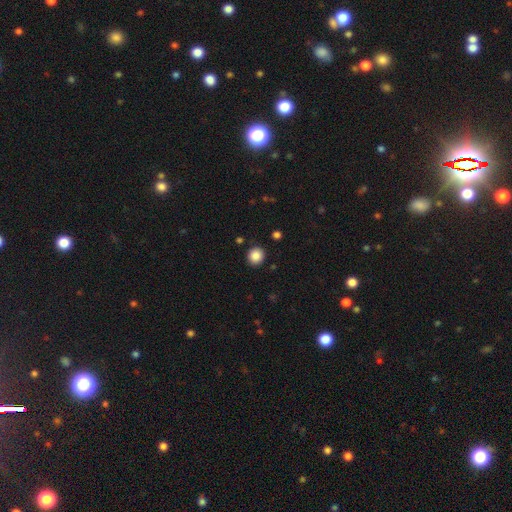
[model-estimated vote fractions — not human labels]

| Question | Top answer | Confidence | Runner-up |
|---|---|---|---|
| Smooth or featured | smooth | 87% | star or artifact (10%) |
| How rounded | round | 88% | in between (11%) |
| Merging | none | 90% | minor disturbance (6%) |